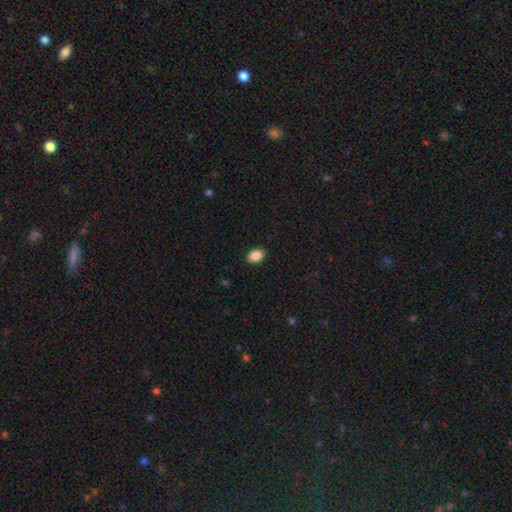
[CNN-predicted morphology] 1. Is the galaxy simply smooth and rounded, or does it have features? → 88% smooth, 8% star or artifact, 4% featured or disk.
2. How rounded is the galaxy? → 80% in between, 19% round, 1% cigar-shaped.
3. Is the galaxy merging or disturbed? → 90% none, 7% minor disturbance, 2% major disturbance, 1% merger.